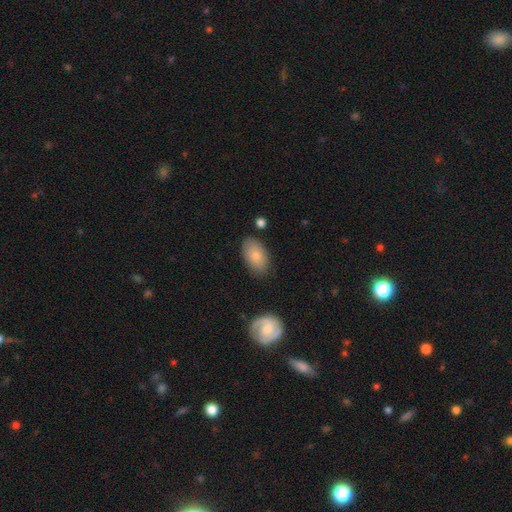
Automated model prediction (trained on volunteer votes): Smooth or featured?
  - smooth: 81% *
  - featured or disk: 13%
  - star or artifact: 6%
How rounded?
  - in between: 93% *
  - round: 6%
  - cigar-shaped: 2%
Merging?
  - none: 80% *
  - minor disturbance: 14%
  - major disturbance: 3%
  - merger: 3%